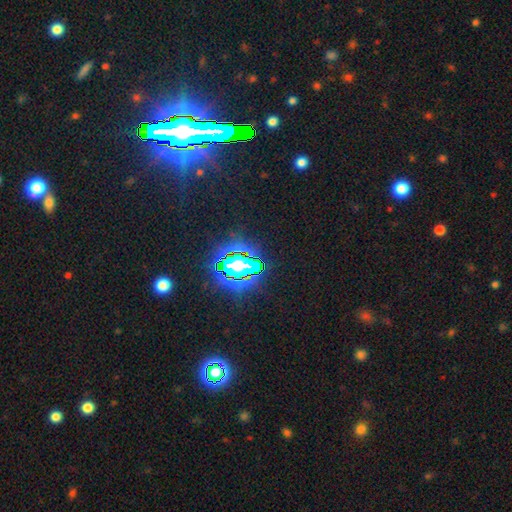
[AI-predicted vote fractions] A star or artifact, not a galaxy (84%).